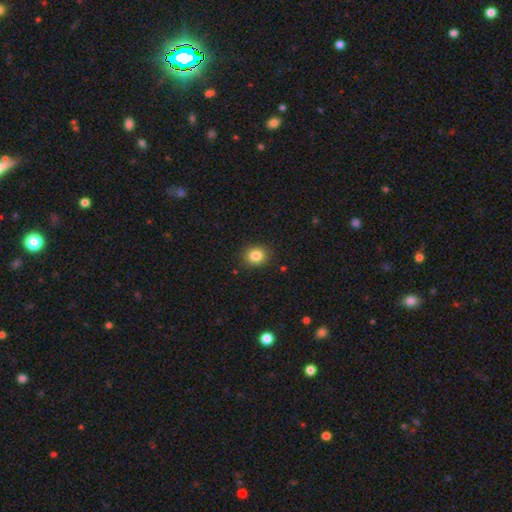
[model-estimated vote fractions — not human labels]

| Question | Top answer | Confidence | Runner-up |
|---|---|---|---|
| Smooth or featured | smooth | 84% | star or artifact (11%) |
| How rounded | round | 81% | in between (18%) |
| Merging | none | 90% | minor disturbance (7%) |